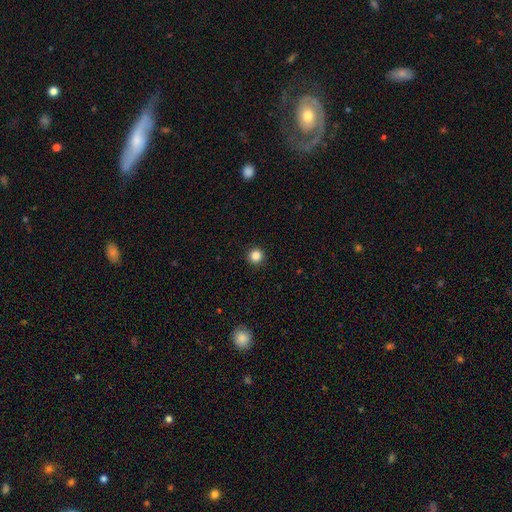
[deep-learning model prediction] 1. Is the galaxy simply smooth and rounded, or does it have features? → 85% smooth, 11% star or artifact, 3% featured or disk.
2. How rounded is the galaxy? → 96% round, 3% in between, 1% cigar-shaped.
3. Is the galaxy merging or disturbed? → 93% none, 4% minor disturbance, 2% major disturbance, 1% merger.